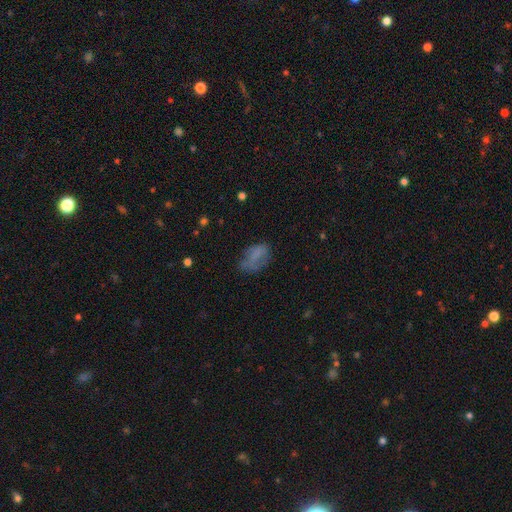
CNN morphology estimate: Smooth or featured? smooth (63%)
How rounded? in between (88%)
Merging? none (51%)